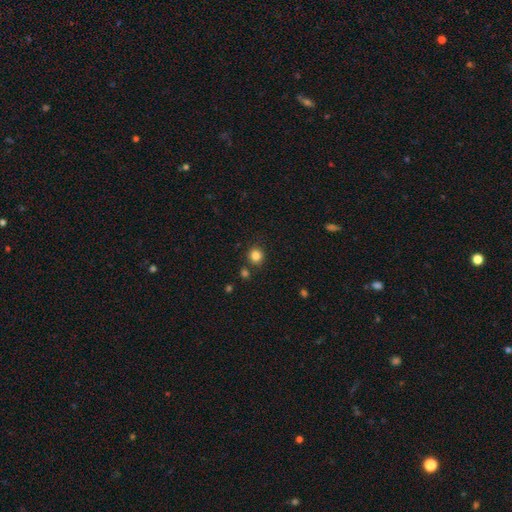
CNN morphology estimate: Smooth or featured? Predicted: smooth (p=0.84). How rounded? Predicted: round (p=0.91). Merging? Predicted: none (p=0.84).